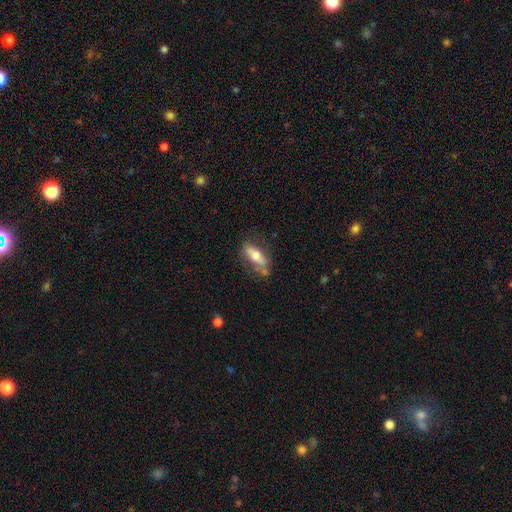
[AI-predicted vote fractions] Smooth or featured?
  - smooth: 59% *
  - featured or disk: 35%
  - star or artifact: 7%
How rounded?
  - in between: 65% *
  - cigar-shaped: 32%
  - round: 3%
Merging?
  - none: 59% *
  - minor disturbance: 24%
  - major disturbance: 10%
  - merger: 7%